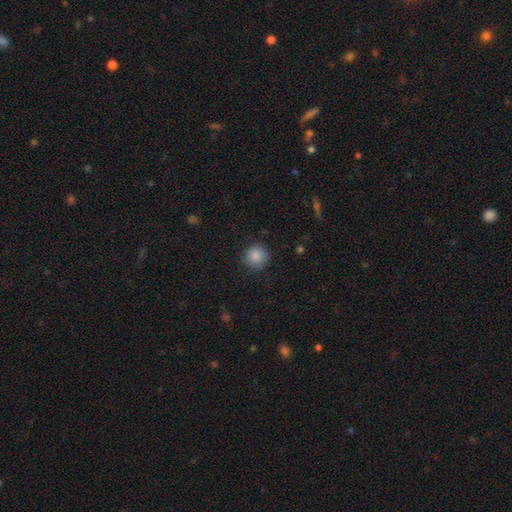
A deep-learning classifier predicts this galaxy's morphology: smooth 86%, star or artifact 10%, featured or disk 4%. Down the decision tree: how rounded — round (93%); merging — none (88%).